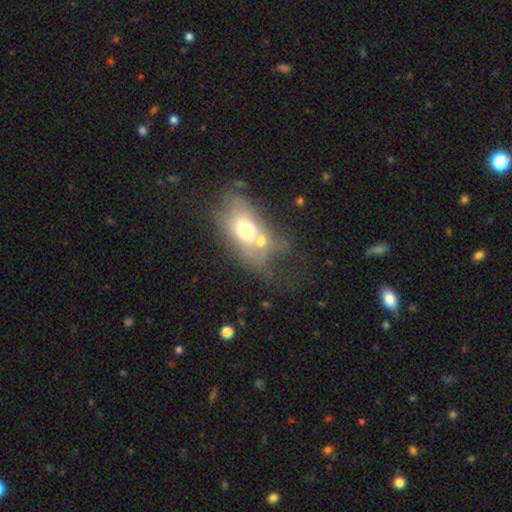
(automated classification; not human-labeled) Smooth or featured?
  - smooth: 54% *
  - featured or disk: 35%
  - star or artifact: 11%
How rounded?
  - in between: 80% *
  - round: 15%
  - cigar-shaped: 5%
Merging?
  - merger: 30% *
  - none: 27%
  - major disturbance: 23%
  - minor disturbance: 19%